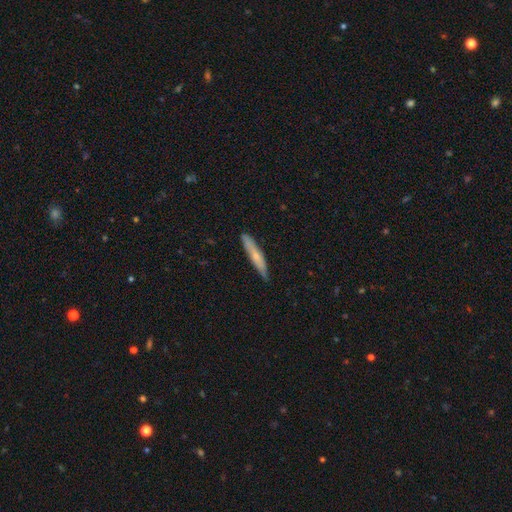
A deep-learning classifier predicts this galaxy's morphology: A smooth galaxy with no disk features (58%) that is cigar-shaped (92%). Merging: none (82%).